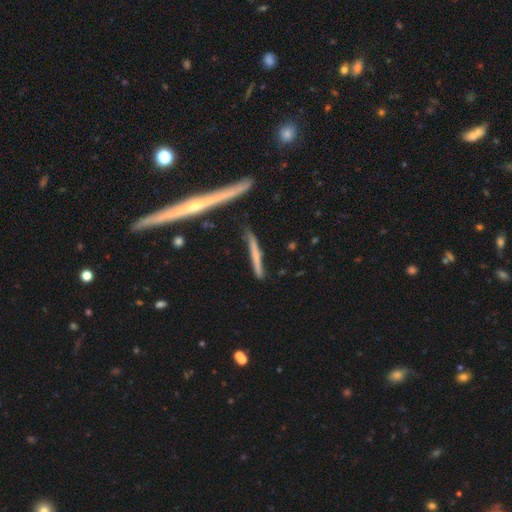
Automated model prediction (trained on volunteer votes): Morphology: type=smooth (48%); merging=none (75%).